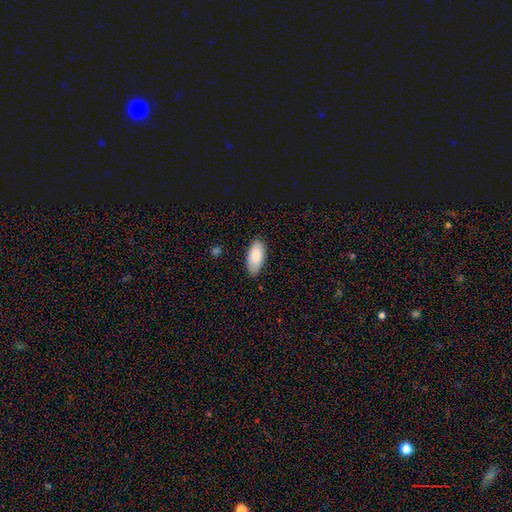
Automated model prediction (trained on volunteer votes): smooth_or_featured: smooth (p=0.84) [alt: featured or disk p=0.10]
how_rounded: in between (p=0.92) [alt: cigar-shaped p=0.07]
merging: none (p=0.82) [alt: minor disturbance p=0.14]